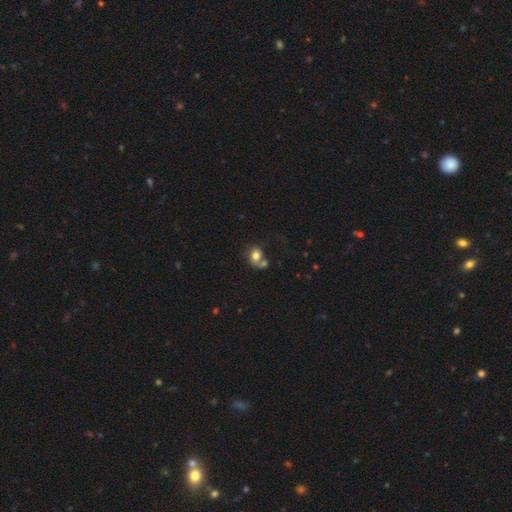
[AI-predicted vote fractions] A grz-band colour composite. It shows a smooth galaxy with no disk features (74%) that is round (64%). Merging: merger (37%).